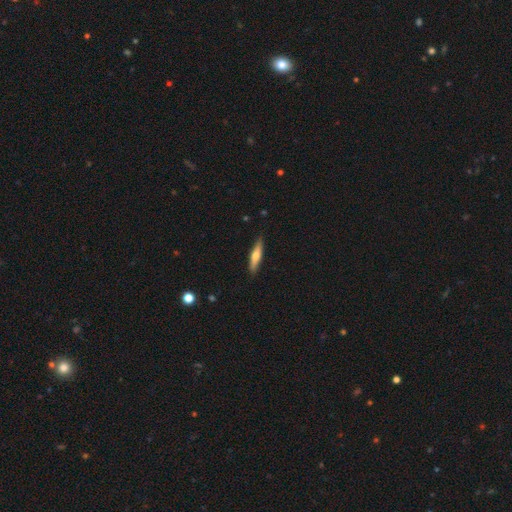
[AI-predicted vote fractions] This appears to be a smooth galaxy with no disk features (53%) that is cigar-shaped (80%). Merging: none (87%).